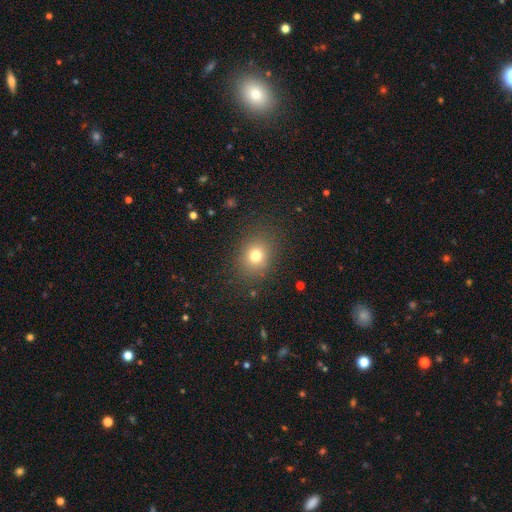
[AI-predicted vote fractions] A smooth galaxy with no disk features (75%) that is round (64%). Merging: none (85%).